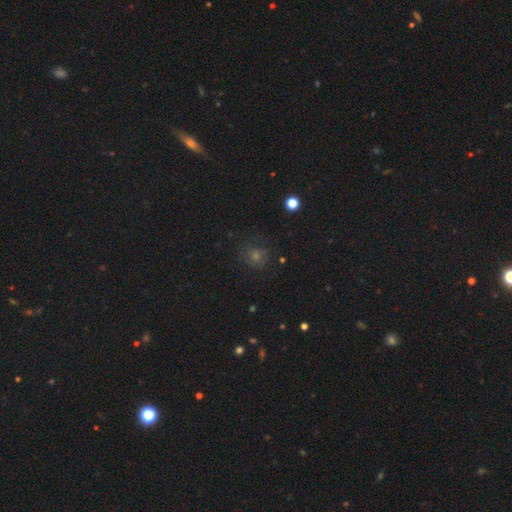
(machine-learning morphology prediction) smooth-or-featured: smooth: 51% | star or artifact: 37% | featured or disk: 12%
  how-rounded: round: 88% | in between: 10% | cigar-shaped: 1%
  merging: none: 82% | minor disturbance: 11% | major disturbance: 5% | merger: 2%